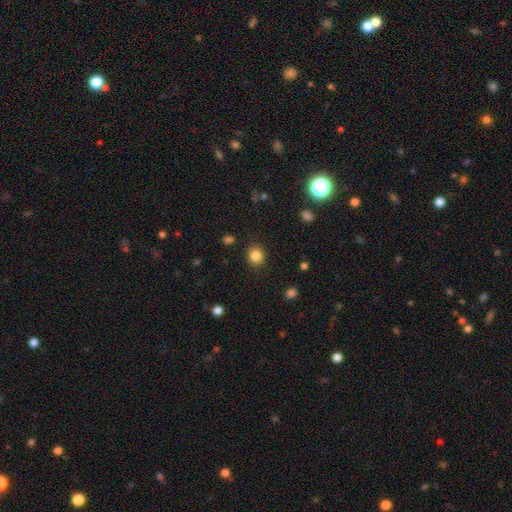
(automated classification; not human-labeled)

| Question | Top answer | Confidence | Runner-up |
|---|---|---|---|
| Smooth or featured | smooth | 85% | star or artifact (11%) |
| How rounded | round | 78% | in between (21%) |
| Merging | none | 88% | minor disturbance (8%) |